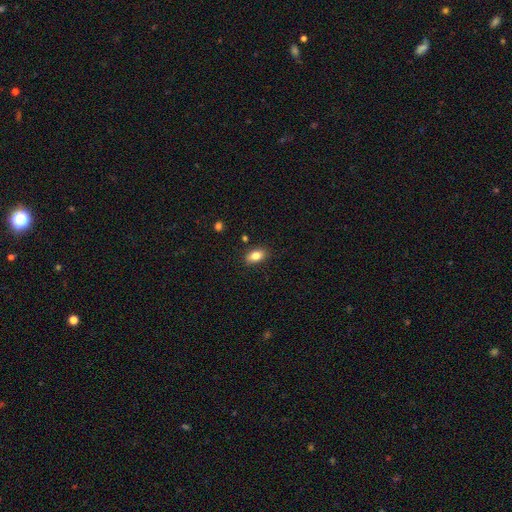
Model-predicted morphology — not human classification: smooth-or-featured: smooth: 81% | featured or disk: 10% | star or artifact: 9%
  how-rounded: in between: 87% | round: 10% | cigar-shaped: 3%
  merging: none: 86% | minor disturbance: 10% | major disturbance: 2% | merger: 2%